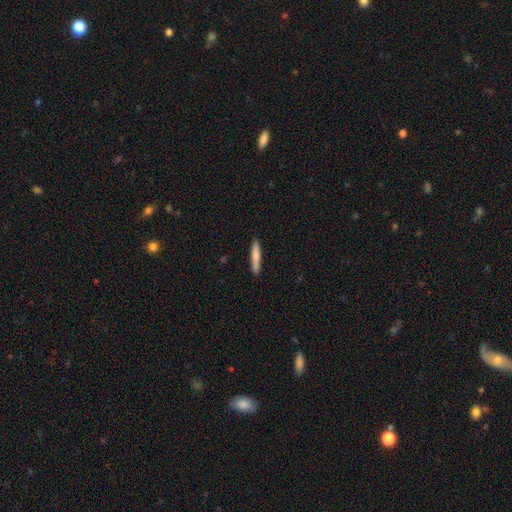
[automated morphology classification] Smooth or featured?
  - smooth: 77% *
  - featured or disk: 18%
  - star or artifact: 6%
How rounded?
  - cigar-shaped: 93% *
  - in between: 6%
  - round: 1%
Merging?
  - none: 90% *
  - minor disturbance: 7%
  - major disturbance: 1%
  - merger: 1%